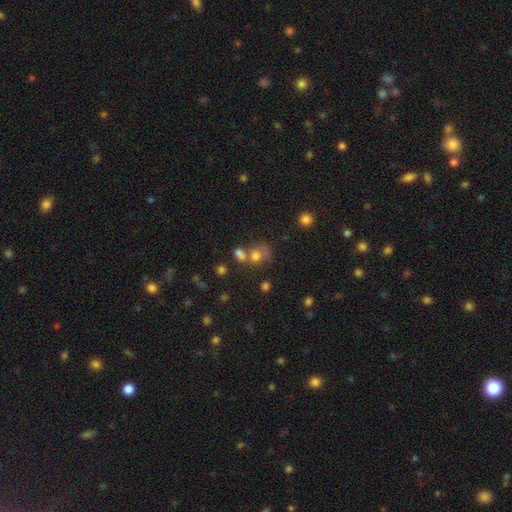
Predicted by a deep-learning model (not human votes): A smooth galaxy with no disk features (65%) that is round (61%).

Vote fractions:
- Smooth or featured? smooth: 65% / featured or disk: 19% / star or artifact: 16%
- How rounded? round: 61% / in between: 38% / cigar-shaped: 1%
- Merging? merger: 43% / none: 29% / major disturbance: 14% / minor disturbance: 13%